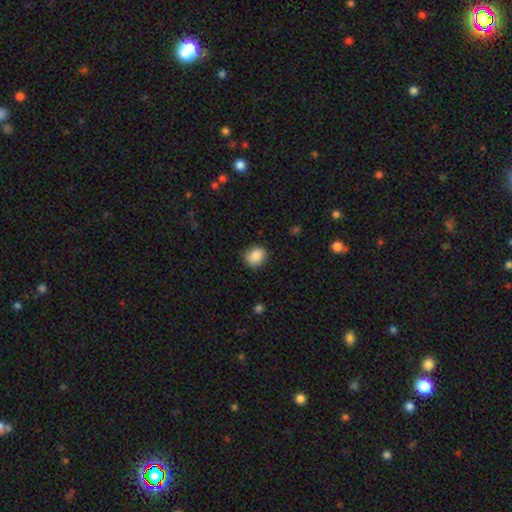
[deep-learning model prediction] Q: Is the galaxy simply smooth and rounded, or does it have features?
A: smooth — 87%.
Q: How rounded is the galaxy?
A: round — 70%.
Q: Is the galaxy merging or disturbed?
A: none — 83%.